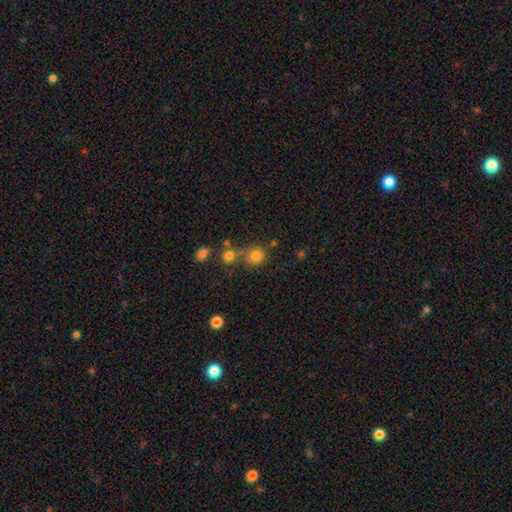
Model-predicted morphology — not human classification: Smooth or featured?
  - smooth: 79% *
  - star or artifact: 14%
  - featured or disk: 7%
How rounded?
  - round: 86% *
  - in between: 13%
  - cigar-shaped: 1%
Merging?
  - none: 65% *
  - merger: 20%
  - minor disturbance: 11%
  - major disturbance: 5%